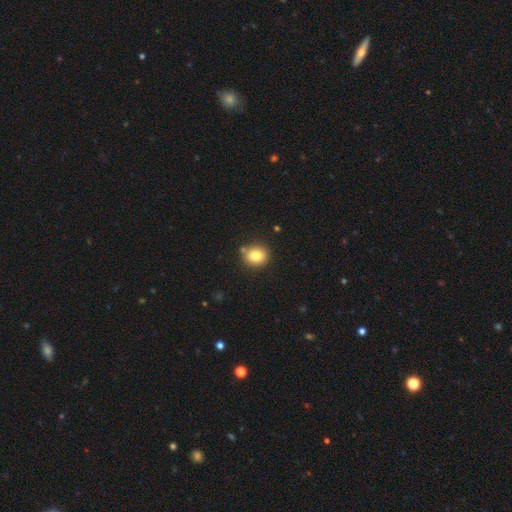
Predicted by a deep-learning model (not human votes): smooth 81%, star or artifact 10%, featured or disk 8%. Down the decision tree: how rounded — round (80%); merging — none (81%).